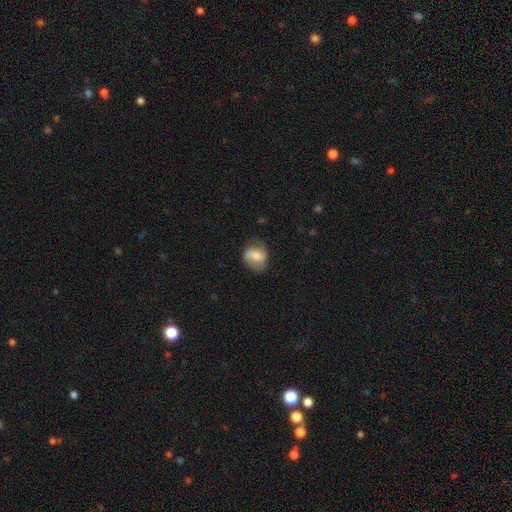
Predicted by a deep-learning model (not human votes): A smooth galaxy with no disk features (60%) that is in between round and cigar-shaped (50%).

Vote fractions:
- Smooth or featured? smooth: 60% / featured or disk: 32% / star or artifact: 8%
- How rounded? in between: 50% / round: 49% / cigar-shaped: 1%
- Merging? none: 61% / minor disturbance: 27% / major disturbance: 10% / merger: 2%